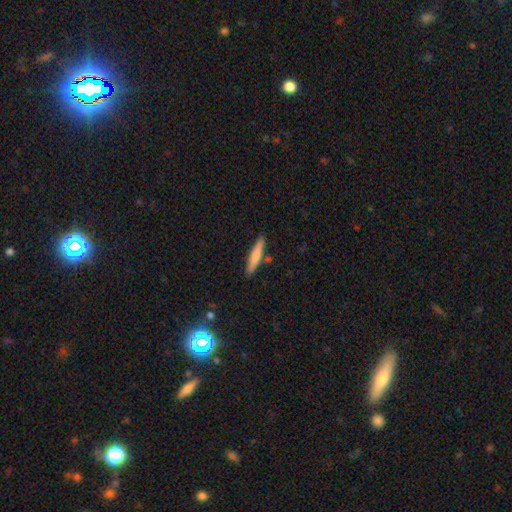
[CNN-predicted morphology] type=smooth (72%); roundness=cigar-shaped (91%); merging=none (85%).